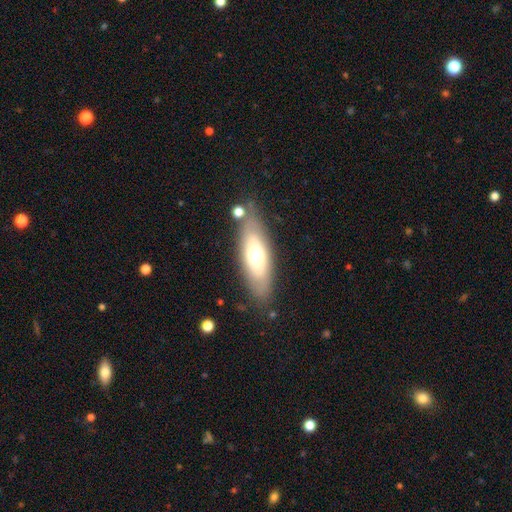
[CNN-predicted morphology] Smooth or featured? smooth (59%)
How rounded? in between (62%)
Merging? none (76%)